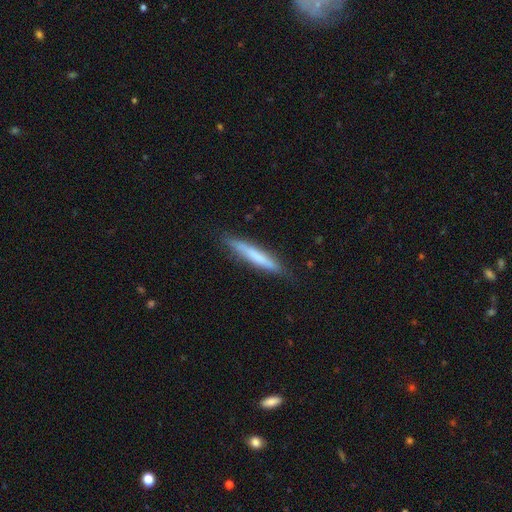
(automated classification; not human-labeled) smooth 65%, featured or disk 29%, star or artifact 6%. Down the decision tree: how rounded — cigar-shaped (94%); merging — none (85%).